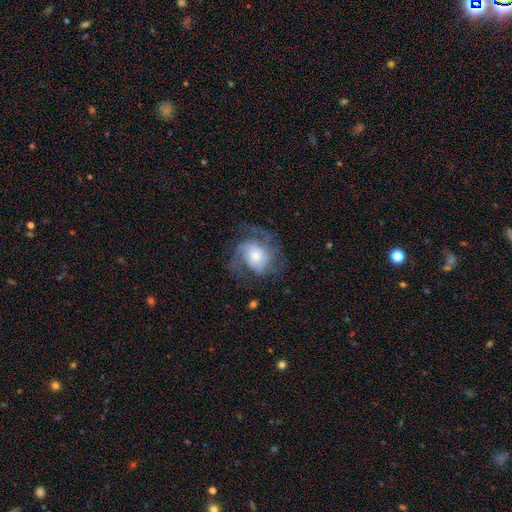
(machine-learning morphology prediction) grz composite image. It shows a featured or disk galaxy (73%) with no bar (71%), 2 (32%) medium (47%) spiral arms (90%) and a moderate central bulge (39%). Merging: none (55%).